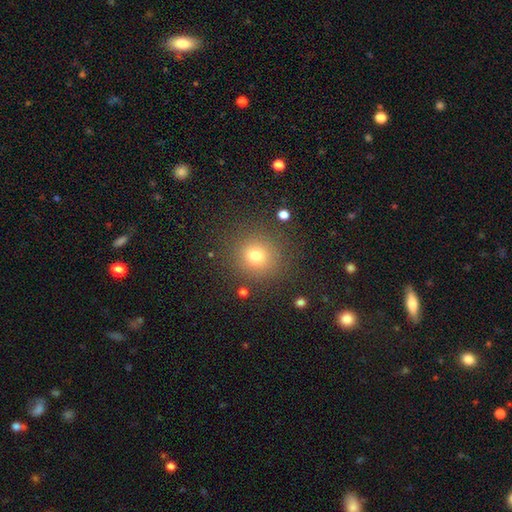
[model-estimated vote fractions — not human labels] The model was most divided on "smooth or featured": smooth: 73%, star or artifact: 18%, featured or disk: 9%. More confident: how rounded — round (91%); merging — none (87%).